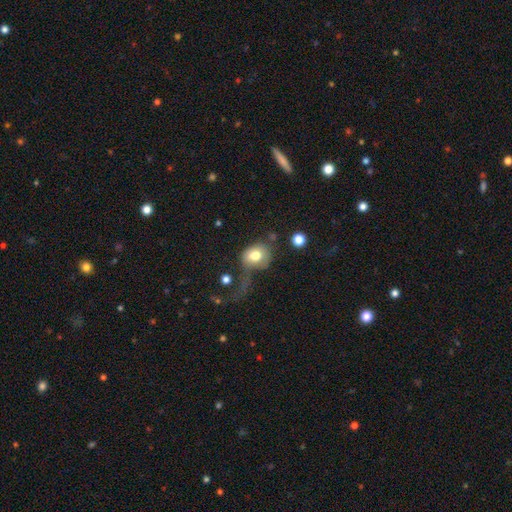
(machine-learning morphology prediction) Smooth or featured?
  - smooth: 76% *
  - featured or disk: 16%
  - star or artifact: 8%
How rounded?
  - round: 53% *
  - in between: 46%
  - cigar-shaped: 1%
Merging?
  - major disturbance: 46% *
  - none: 24%
  - minor disturbance: 19%
  - merger: 10%